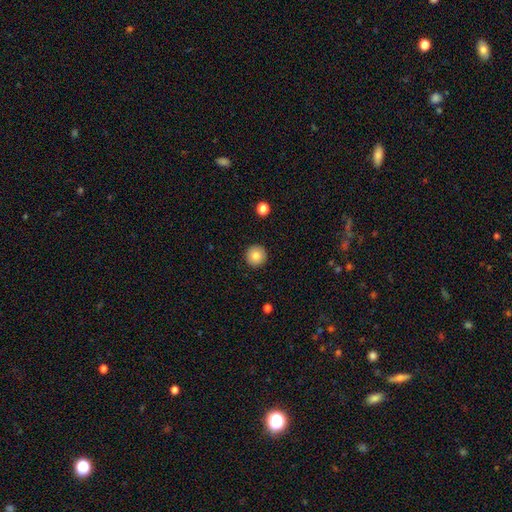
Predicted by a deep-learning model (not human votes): A smooth galaxy with no disk features (84%) that is round (96%). Merging: none (93%).